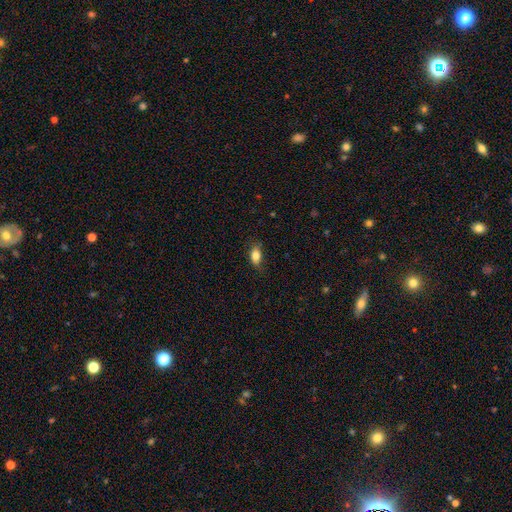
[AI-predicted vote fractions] Smooth or featured? Predicted: smooth (p=0.83). How rounded? Predicted: in between (p=0.84). Merging? Predicted: none (p=0.74).